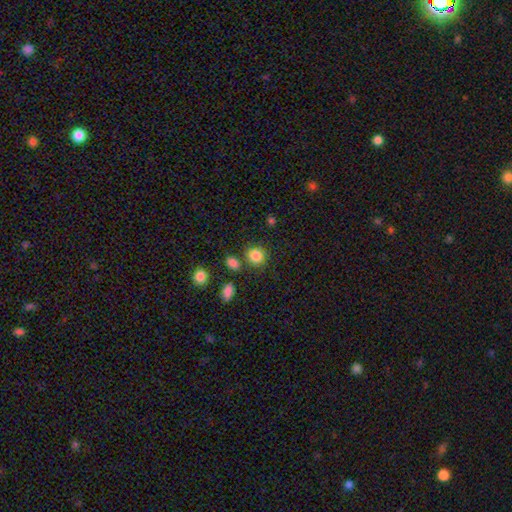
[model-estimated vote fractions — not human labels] Overall: smooth (85%). How rounded: round (81%). Merging: none (77%).